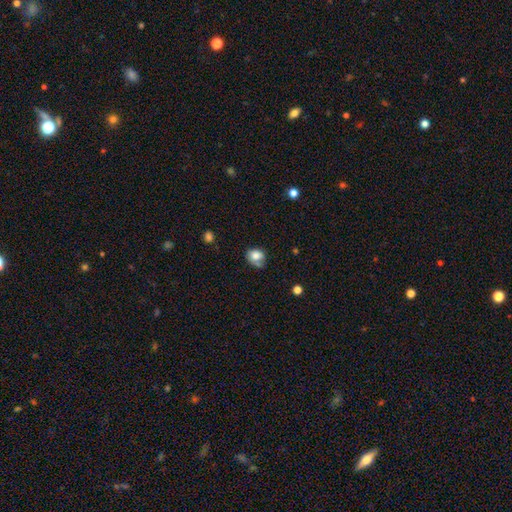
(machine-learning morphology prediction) Q: Smooth or featured?
A: smooth (77%); runner-up: featured or disk (13%)
Q: How rounded?
A: round (52%); runner-up: in between (47%)
Q: Merging?
A: none (49%); runner-up: minor disturbance (29%)